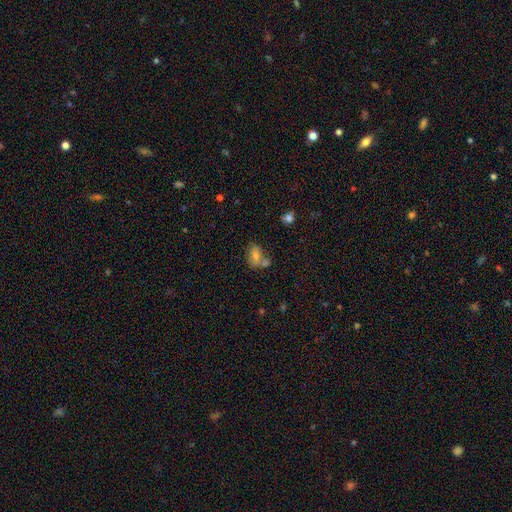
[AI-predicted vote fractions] Smooth or featured: smooth — 61% (featured or disk — 23%)
How rounded: in between — 76% (round — 21%)
Merging: none — 47% (merger — 33%)